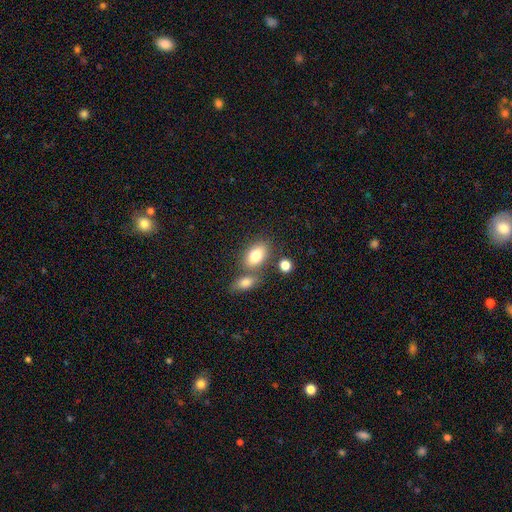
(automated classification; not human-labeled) Smooth or featured? Predicted: smooth (p=0.80). How rounded? Predicted: in between (p=0.86). Merging? Predicted: none (p=0.57).